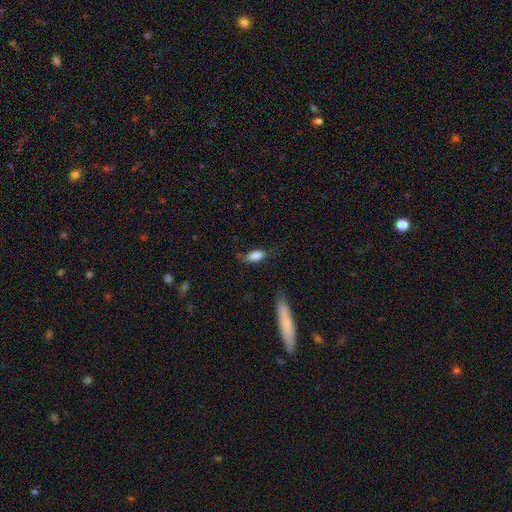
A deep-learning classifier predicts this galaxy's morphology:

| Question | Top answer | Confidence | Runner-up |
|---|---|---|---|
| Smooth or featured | smooth | 84% | featured or disk (9%) |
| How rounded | in between | 85% | cigar-shaped (11%) |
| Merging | none | 57% | minor disturbance (28%) |